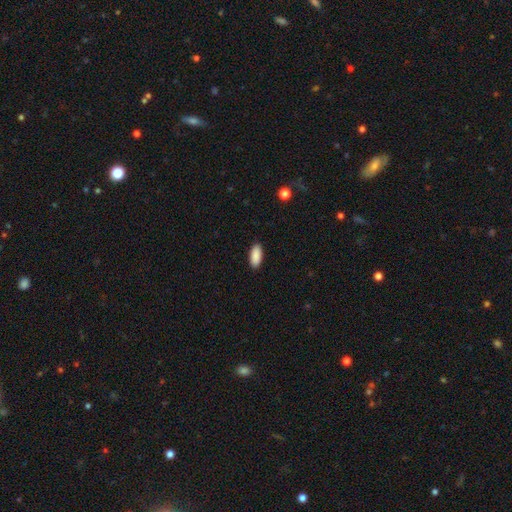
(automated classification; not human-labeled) smooth_or_featured: smooth (p=0.90) [alt: star or artifact p=0.06]
how_rounded: in between (p=0.88) [alt: cigar-shaped p=0.10]
merging: none (p=0.90) [alt: minor disturbance p=0.07]